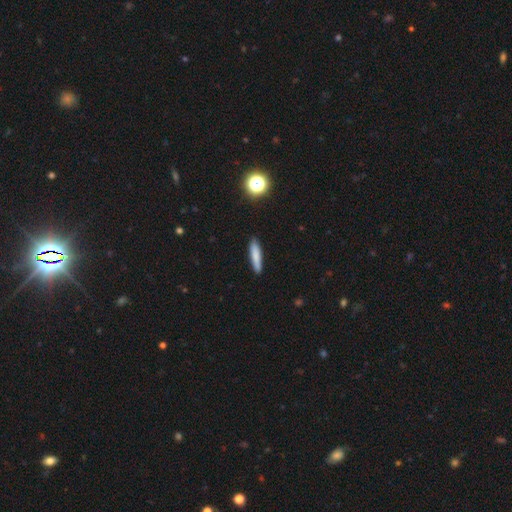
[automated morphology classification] Smooth or featured? smooth (79%)
How rounded? cigar-shaped (84%)
Merging? none (86%)